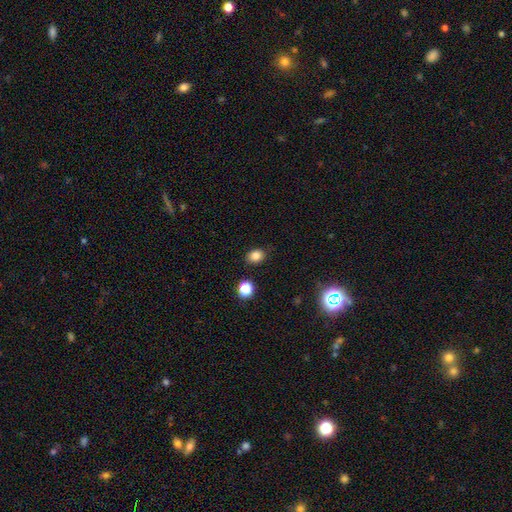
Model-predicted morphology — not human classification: smooth 83%, star or artifact 12%, featured or disk 5%. Down the decision tree: how rounded — in between (57%); merging — none (82%).